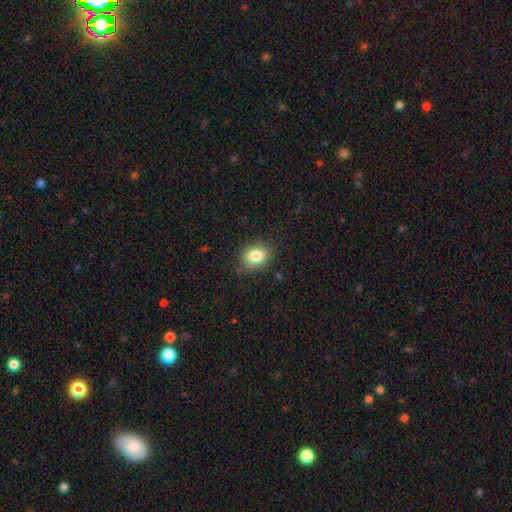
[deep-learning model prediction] smooth 83%, star or artifact 10%, featured or disk 7%. Down the decision tree: how rounded — in between (58%); merging — none (82%).